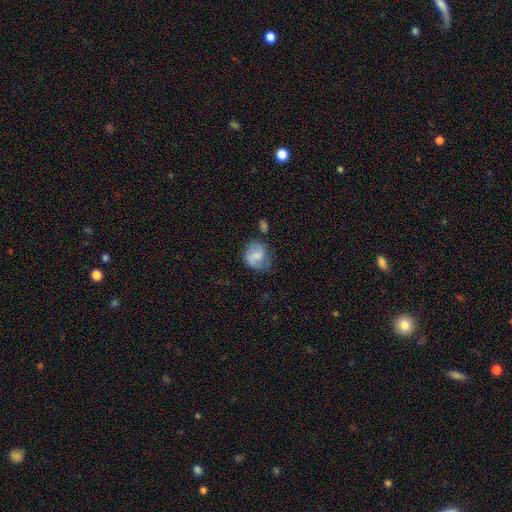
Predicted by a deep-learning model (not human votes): Smooth or featured? smooth (61%)
How rounded? round (66%)
Merging? none (46%)